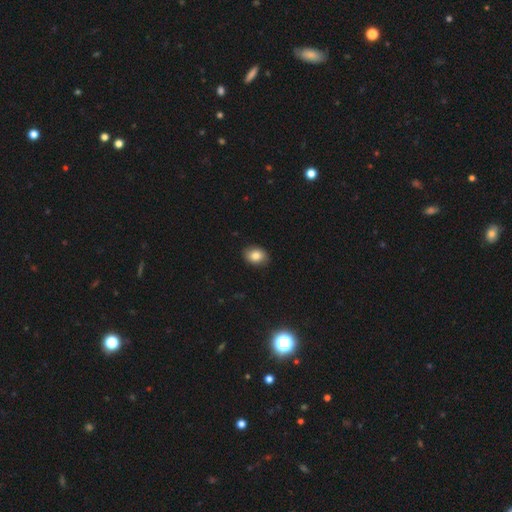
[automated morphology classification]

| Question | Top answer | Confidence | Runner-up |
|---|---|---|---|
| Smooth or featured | smooth | 82% | star or artifact (10%) |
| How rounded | in between | 69% | round (30%) |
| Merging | none | 88% | minor disturbance (9%) |